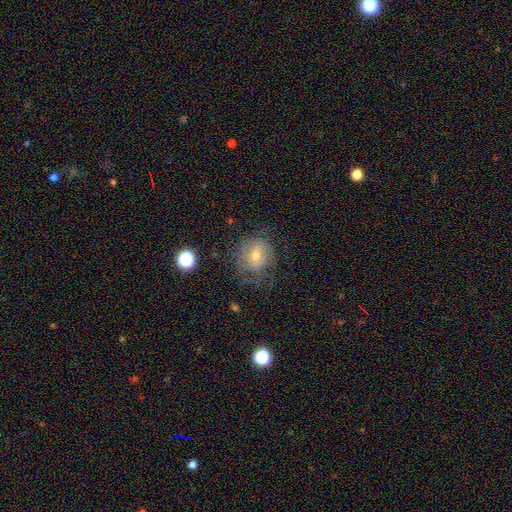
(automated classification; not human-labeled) This is possibly a featured or disk galaxy (58%). It is clearly not viewed edge-on (96%). Bar: possibly no (53%). Spiral arm pattern: likely yes (76%). Central bulge: possibly moderate (53%). Merging: likely none (60%).